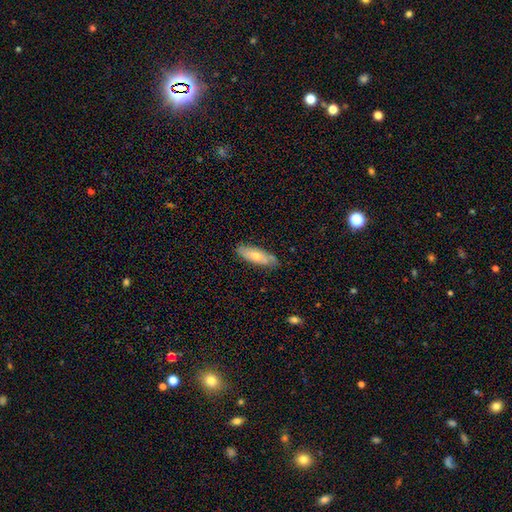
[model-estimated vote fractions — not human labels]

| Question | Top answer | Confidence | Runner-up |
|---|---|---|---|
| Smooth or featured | smooth | 56% | featured or disk (37%) |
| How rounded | in between | 55% | cigar-shaped (43%) |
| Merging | none | 78% | minor disturbance (18%) |